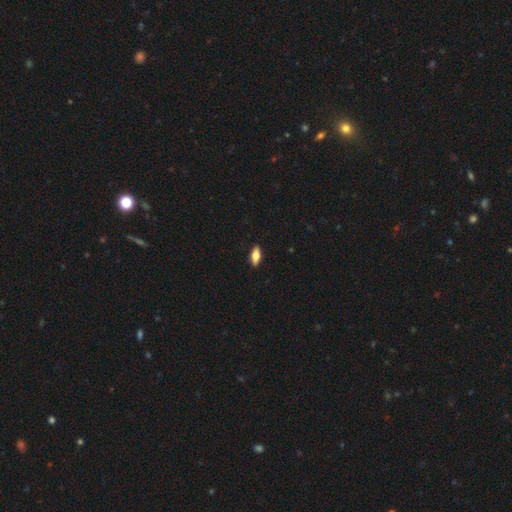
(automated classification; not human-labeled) This is likely a smooth galaxy (64%). How rounded: likely in between (77%). Merging: clearly none (89%).